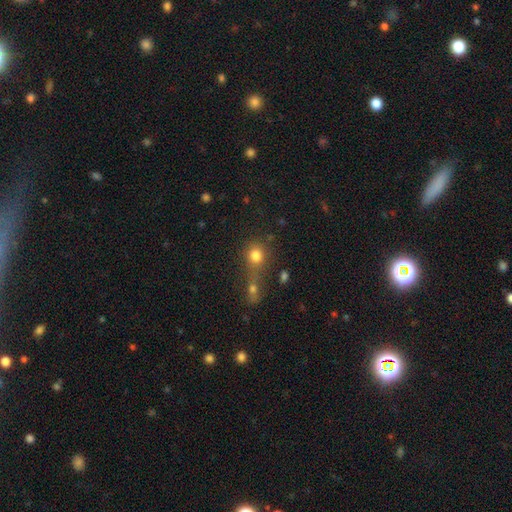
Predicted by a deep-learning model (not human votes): Q: Smooth or featured?
A: smooth (79%); runner-up: star or artifact (13%)
Q: How rounded?
A: round (77%); runner-up: in between (21%)
Q: Merging?
A: none (46%); runner-up: merger (38%)